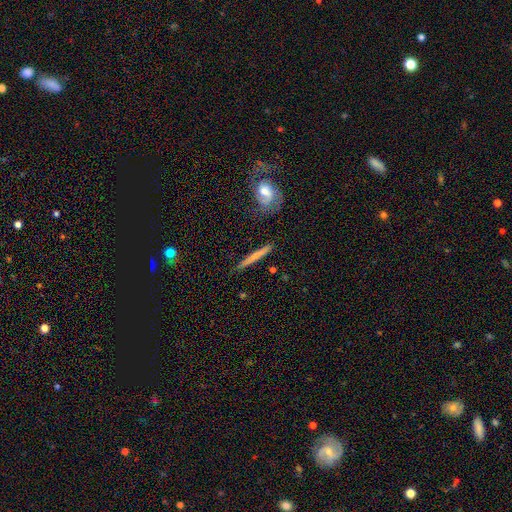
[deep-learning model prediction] Morphology: type=smooth (56%); roundness=cigar-shaped (94%); merging=none (86%).